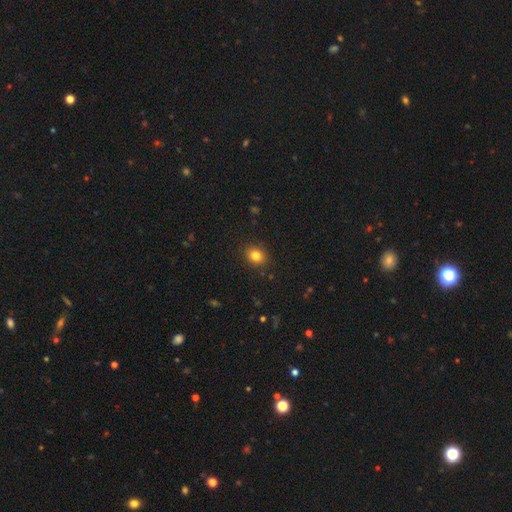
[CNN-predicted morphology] smooth 82%, star or artifact 12%, featured or disk 7%. Down the decision tree: how rounded — round (64%); merging — none (89%).